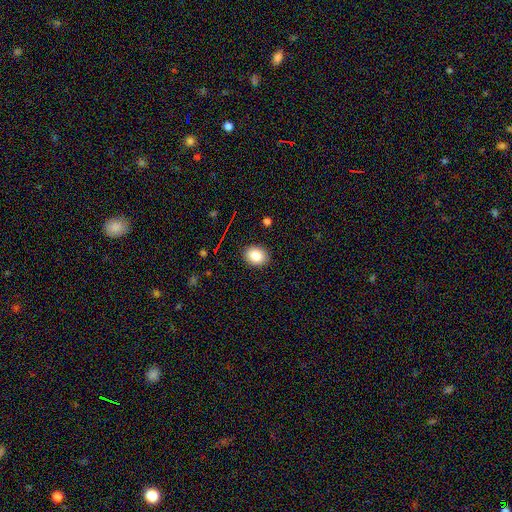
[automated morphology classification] smooth 84%, star or artifact 9%, featured or disk 7%. Down the decision tree: how rounded — in between (57%); merging — none (89%).